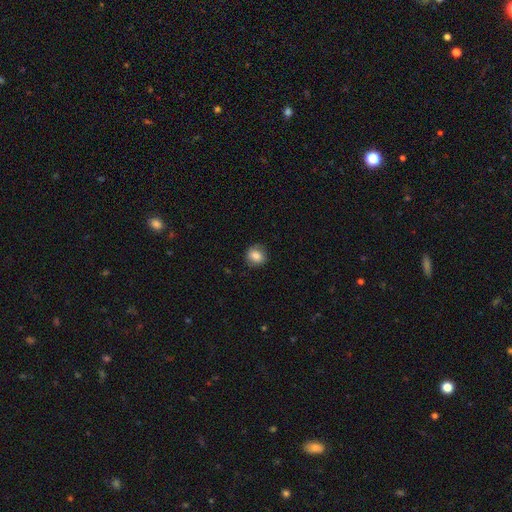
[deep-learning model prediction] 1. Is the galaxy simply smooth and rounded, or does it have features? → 84% smooth, 9% star or artifact, 7% featured or disk.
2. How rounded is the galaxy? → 79% round, 20% in between, 1% cigar-shaped.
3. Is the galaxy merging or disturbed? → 85% none, 11% minor disturbance, 3% major disturbance, 1% merger.